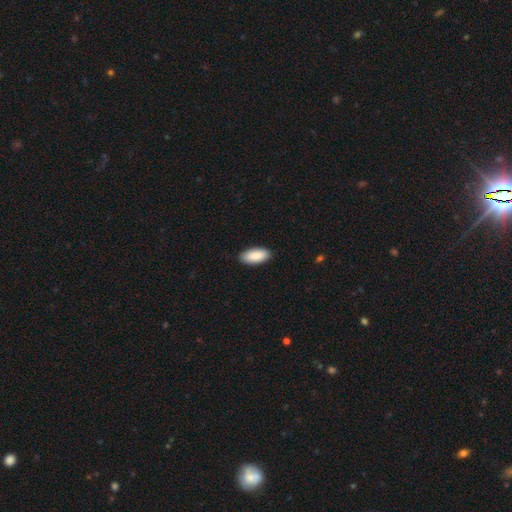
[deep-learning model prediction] This is clearly a smooth galaxy (90%). How rounded: clearly in between (91%). Merging: clearly none (90%).